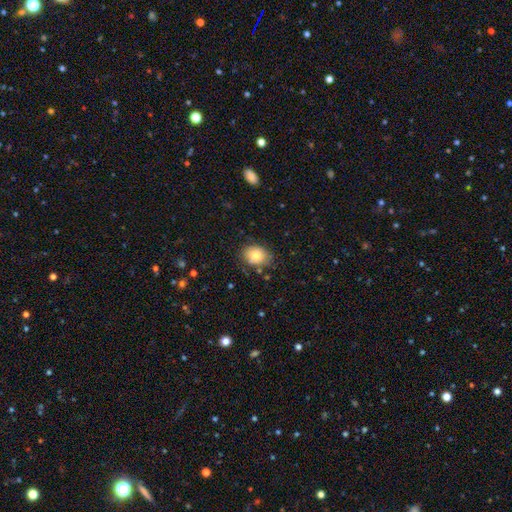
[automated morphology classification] This appears to be a smooth galaxy with no disk features (82%) that is round (51%). Merging: none (77%).